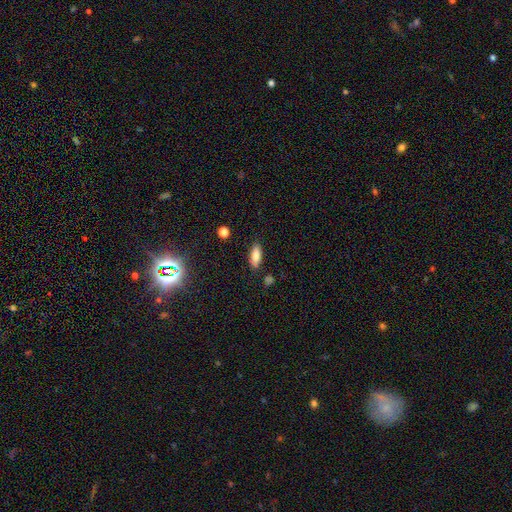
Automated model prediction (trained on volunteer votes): Q: Smooth or featured?
A: smooth (80%); runner-up: featured or disk (11%)
Q: How rounded?
A: in between (76%); runner-up: cigar-shaped (21%)
Q: Merging?
A: none (83%); runner-up: minor disturbance (12%)